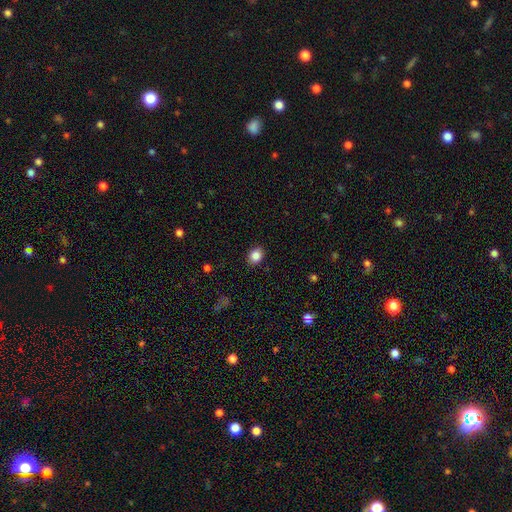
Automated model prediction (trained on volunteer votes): smooth_or_featured: smooth (p=0.86) [alt: star or artifact p=0.09]
how_rounded: in between (p=0.51) [alt: round p=0.48]
merging: none (p=0.88) [alt: minor disturbance p=0.09]